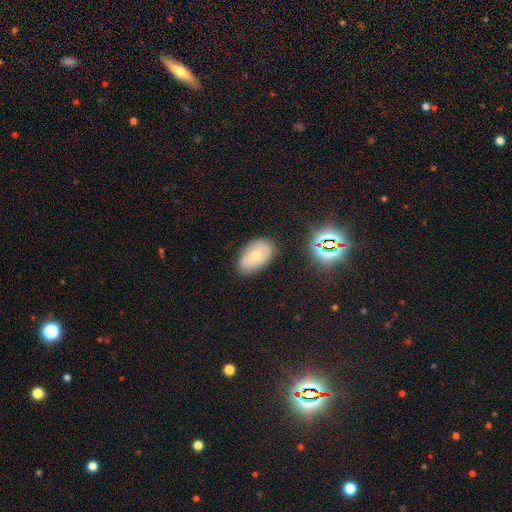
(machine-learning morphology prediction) smooth 49%, featured or disk 41%, star or artifact 10%. Down the decision tree: merging — none (73%).